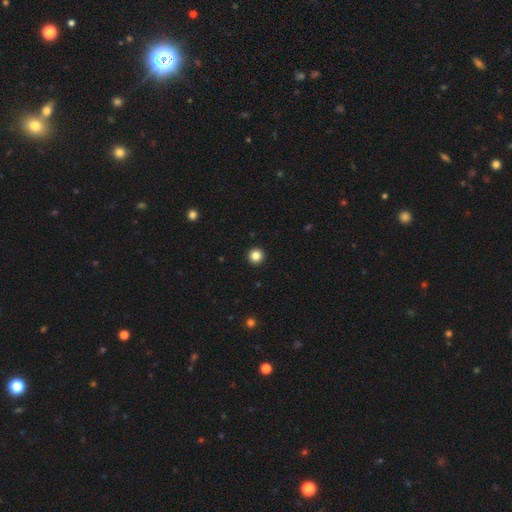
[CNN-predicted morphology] smooth_or_featured: smooth (p=0.85) [alt: star or artifact p=0.11]
how_rounded: round (p=0.96) [alt: in between p=0.03]
merging: none (p=0.94) [alt: minor disturbance p=0.04]